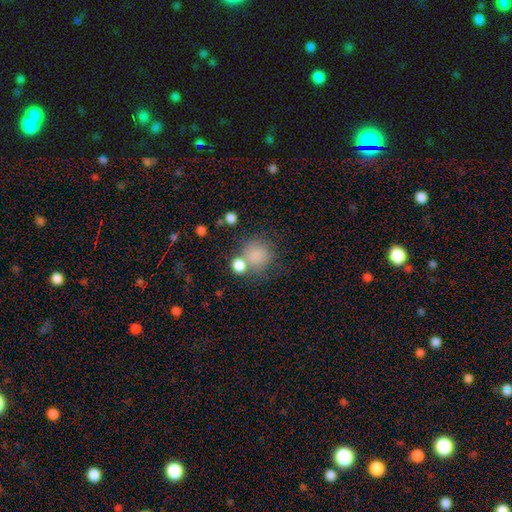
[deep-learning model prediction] Q: Smooth or featured?
A: smooth (81%); runner-up: star or artifact (11%)
Q: How rounded?
A: round (85%); runner-up: in between (14%)
Q: Merging?
A: none (58%); runner-up: merger (20%)